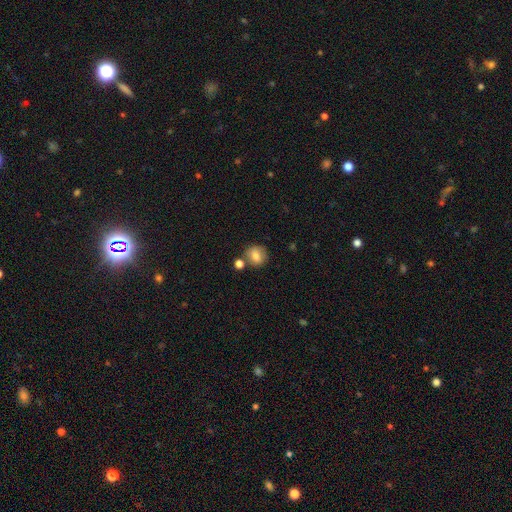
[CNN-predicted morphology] smooth_or_featured: smooth (p=0.80) [alt: featured or disk p=0.10]
how_rounded: round (p=0.72) [alt: in between p=0.27]
merging: none (p=0.66) [alt: merger p=0.16]